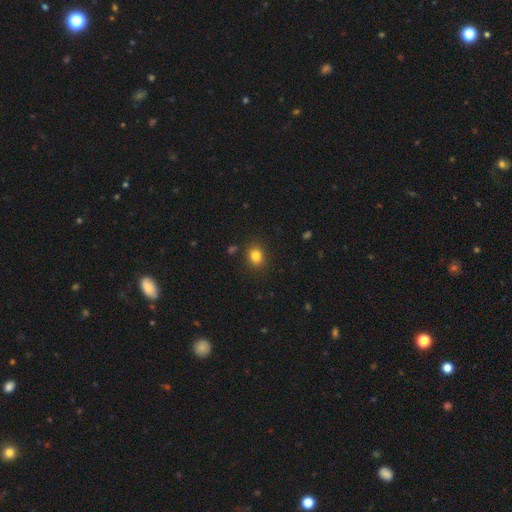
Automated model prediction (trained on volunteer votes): A smooth galaxy with no disk features (83%) that is round (60%). Merging: none (87%).